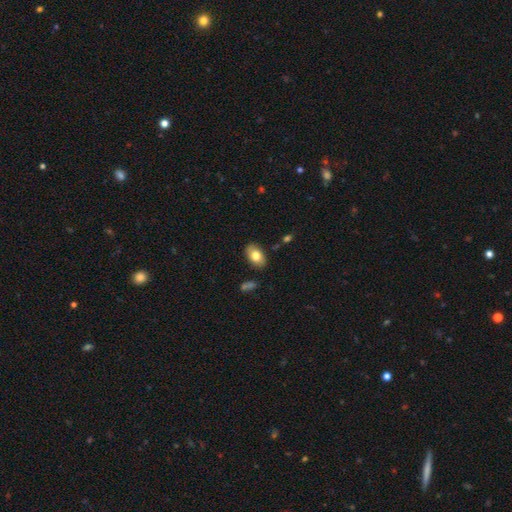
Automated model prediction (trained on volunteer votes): Q: Smooth or featured?
A: smooth (77%); runner-up: featured or disk (16%)
Q: How rounded?
A: in between (90%); runner-up: round (9%)
Q: Merging?
A: none (84%); runner-up: minor disturbance (11%)